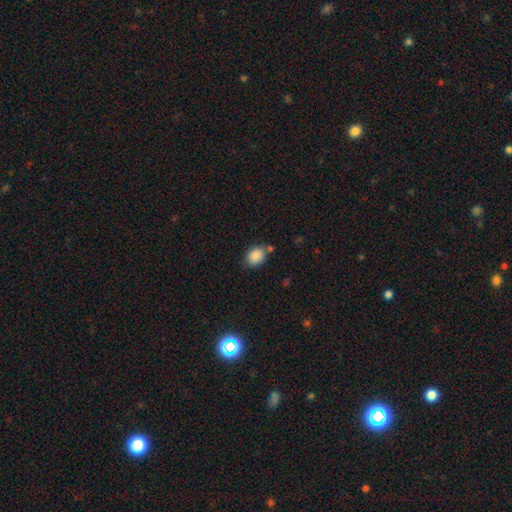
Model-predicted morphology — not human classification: smooth-or-featured: smooth: 87% | star or artifact: 8% | featured or disk: 4%
  how-rounded: in between: 60% | round: 39% | cigar-shaped: 1%
  merging: none: 68% | minor disturbance: 17% | merger: 10% | major disturbance: 4%